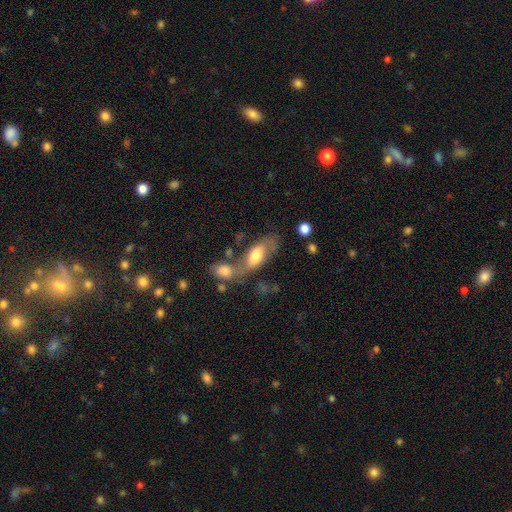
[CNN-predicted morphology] smooth_or_featured: smooth (p=0.64) [alt: featured or disk p=0.30]
how_rounded: in between (p=0.85) [alt: cigar-shaped p=0.11]
merging: none (p=0.39) [alt: merger p=0.34]